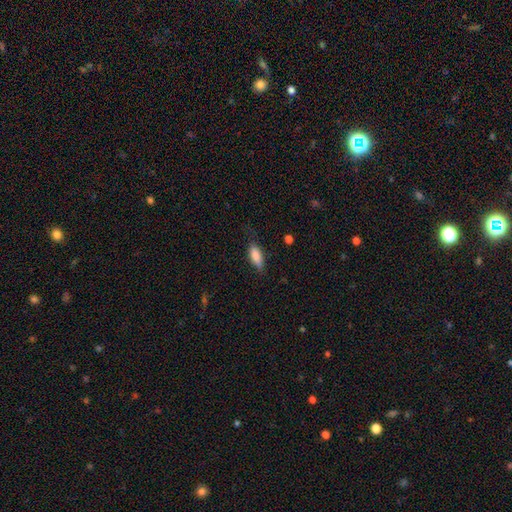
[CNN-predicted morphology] This appears to be a smooth galaxy with no disk features (82%) that is in between round and cigar-shaped (73%). Merging: none (66%).